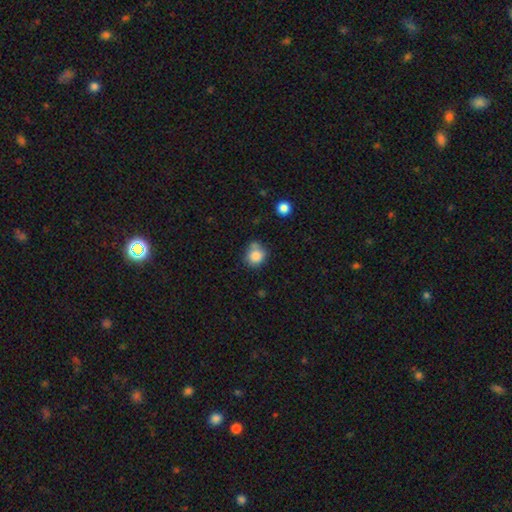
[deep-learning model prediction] Smooth or featured? Predicted: smooth (p=0.84). How rounded? Predicted: round (p=0.79). Merging? Predicted: none (p=0.59).